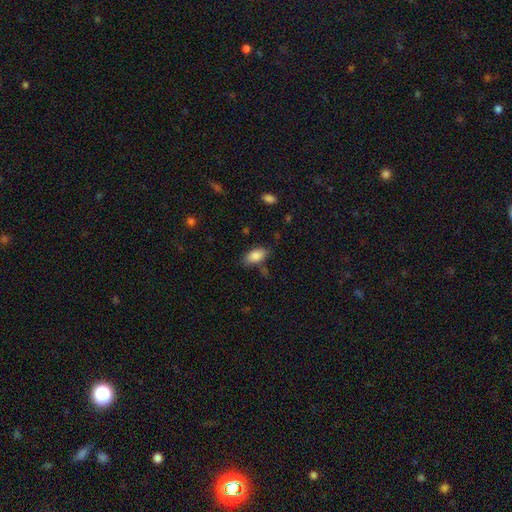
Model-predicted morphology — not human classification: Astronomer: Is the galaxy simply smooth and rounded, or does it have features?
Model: smooth — 85%.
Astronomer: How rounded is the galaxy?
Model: in between — 92%.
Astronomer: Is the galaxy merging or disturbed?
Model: none — 74%.